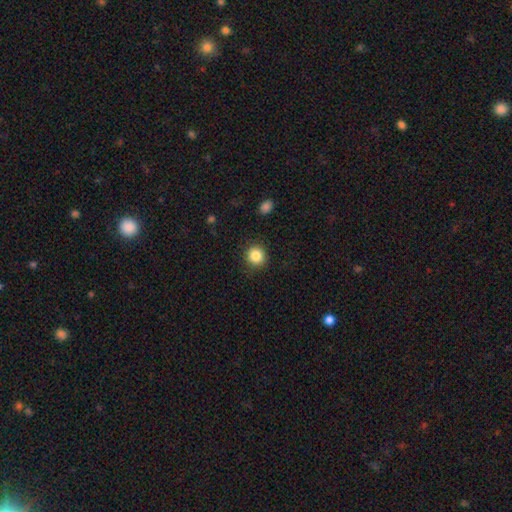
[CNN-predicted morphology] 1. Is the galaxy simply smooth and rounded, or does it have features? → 85% smooth, 10% star or artifact, 5% featured or disk.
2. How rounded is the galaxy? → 92% round, 7% in between, 1% cigar-shaped.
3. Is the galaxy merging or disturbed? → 90% none, 7% minor disturbance, 3% major disturbance, 1% merger.